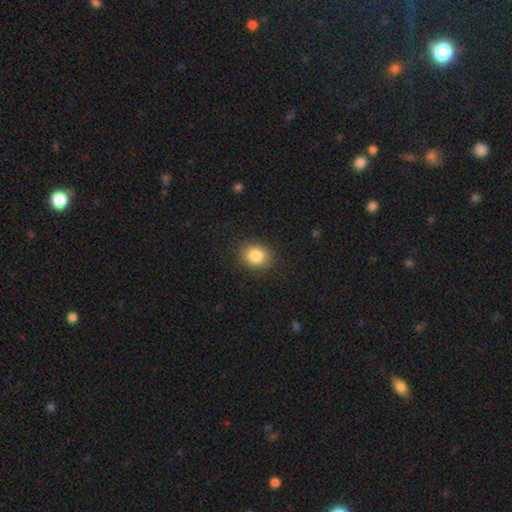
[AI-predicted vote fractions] Smooth or featured?
  - smooth: 85% *
  - star or artifact: 9%
  - featured or disk: 6%
How rounded?
  - round: 55% *
  - in between: 44%
  - cigar-shaped: 1%
Merging?
  - none: 87% *
  - minor disturbance: 9%
  - major disturbance: 3%
  - merger: 1%